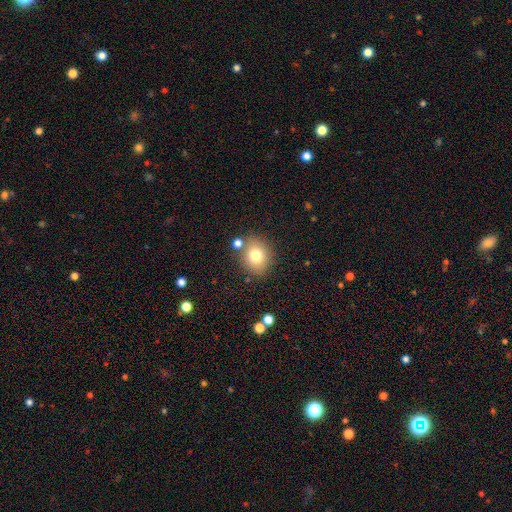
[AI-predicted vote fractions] This appears to be a smooth galaxy with no disk features (76%) that is round (71%). Merging: none (78%).